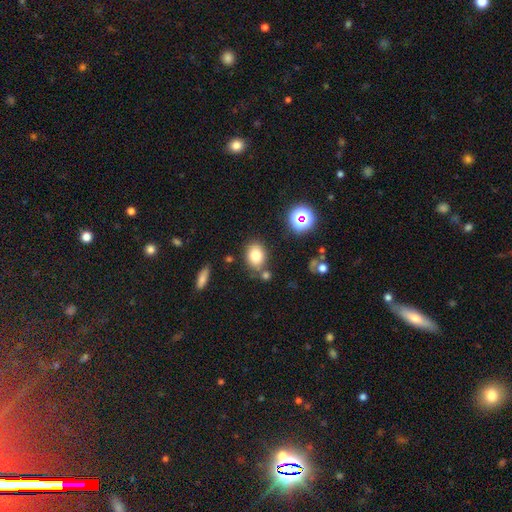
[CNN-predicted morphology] This is likely a smooth galaxy (77%). How rounded: likely in between (62%). Merging: likely none (73%).